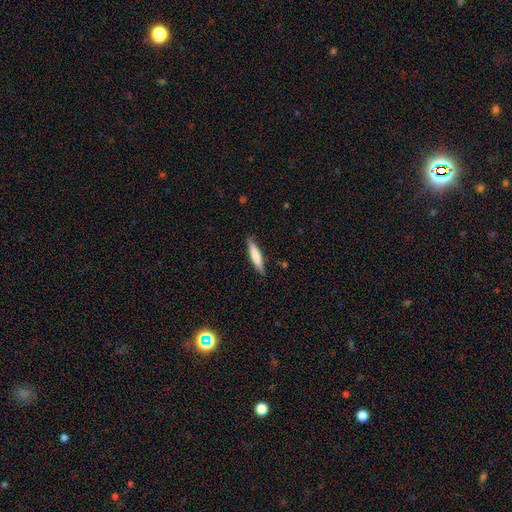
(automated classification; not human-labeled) A smooth galaxy with no disk features (65%) that is cigar-shaped (87%). Merging: none (87%).